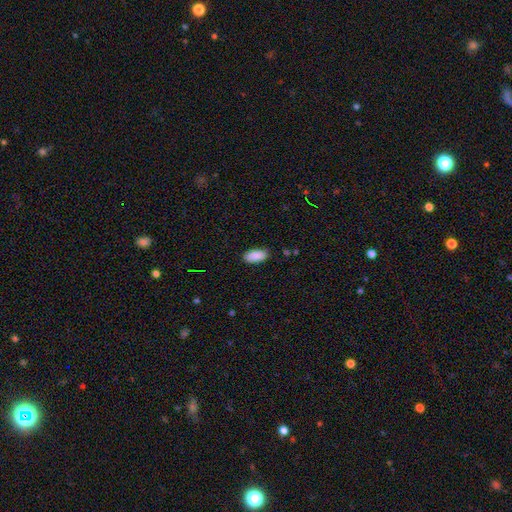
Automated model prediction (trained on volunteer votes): This is clearly a smooth galaxy (90%). How rounded: clearly in between (91%). Merging: clearly none (86%).